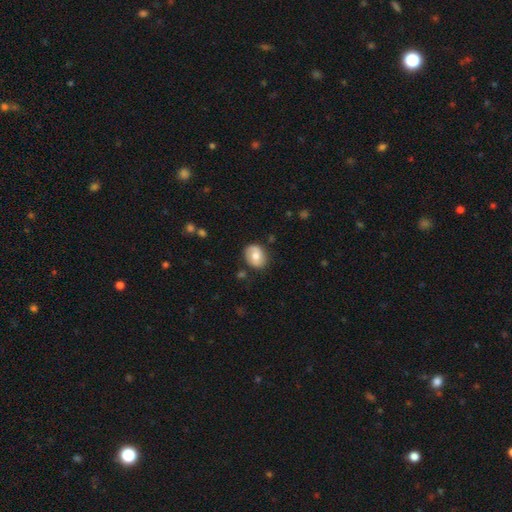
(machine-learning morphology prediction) Smooth or featured? Predicted: smooth (p=0.53). How rounded? Predicted: round (p=0.52). Merging? Predicted: none (p=0.75).